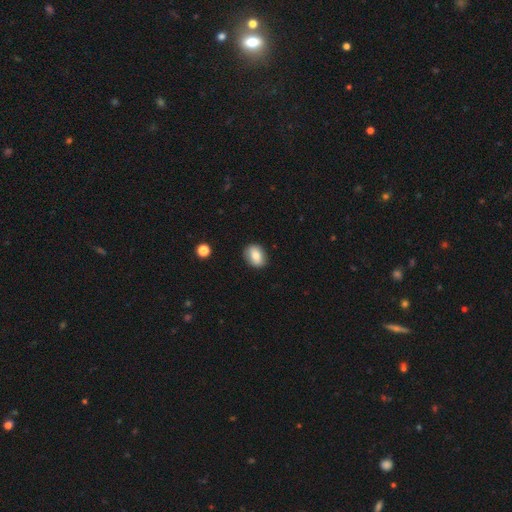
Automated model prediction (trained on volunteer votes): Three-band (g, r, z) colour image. It shows a smooth galaxy with no disk features (74%) that is in between round and cigar-shaped (65%). Merging: none (87%).